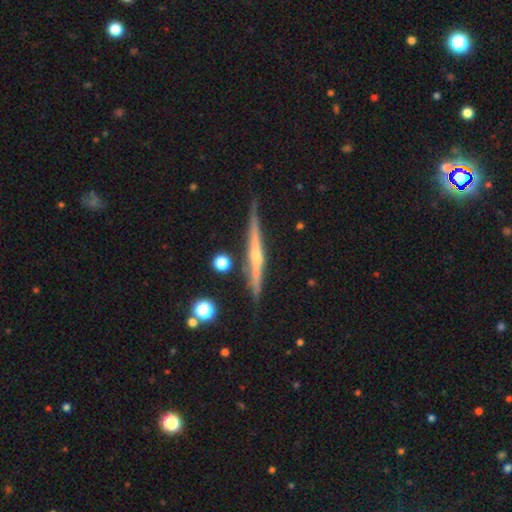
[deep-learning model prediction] Smooth or featured?
  - featured or disk: 73% *
  - smooth: 21%
  - star or artifact: 6%
Edge-on disk?
  - yes: 97% *
  - no: 3%
Edge-on bulge?
  - rounded: 51% *
  - none: 41%
  - boxy: 8%
Merging?
  - none: 84% *
  - minor disturbance: 11%
  - merger: 3%
  - major disturbance: 2%